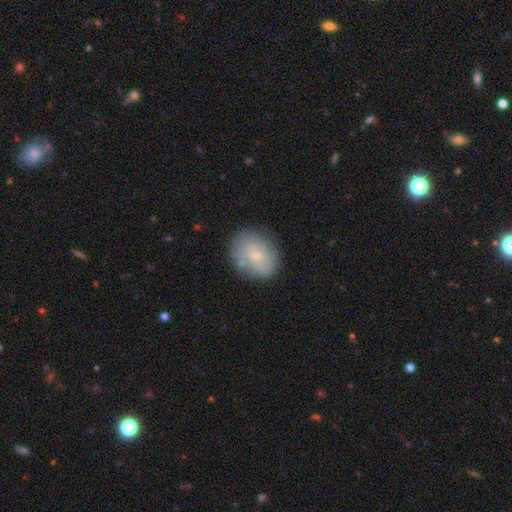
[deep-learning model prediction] Overall: smooth (55%; featured or disk 37%). How rounded: in between (53%; round 46%). Merging: none (72%).